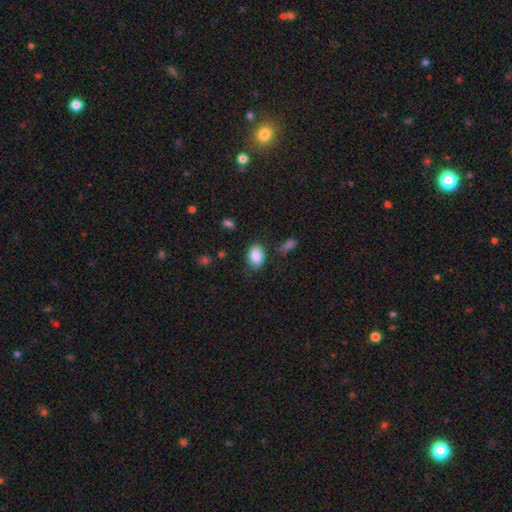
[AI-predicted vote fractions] The model was most divided on "merging": none: 74%, minor disturbance: 18%, major disturbance: 5%, merger: 3%. More confident: smooth or featured — smooth (86%); how rounded — in between (79%).